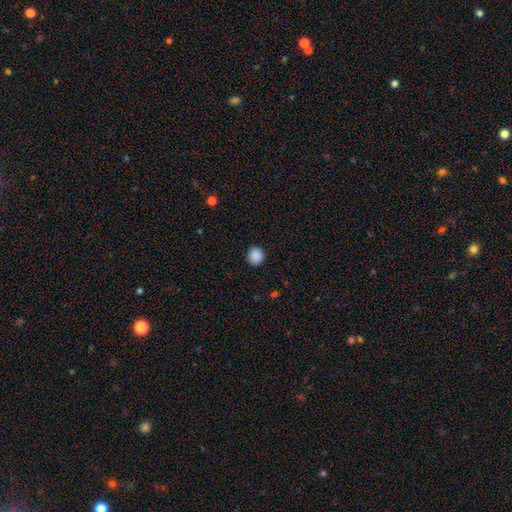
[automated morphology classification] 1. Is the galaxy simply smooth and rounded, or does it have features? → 89% smooth, 9% star or artifact, 2% featured or disk.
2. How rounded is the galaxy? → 89% round, 10% in between, 1% cigar-shaped.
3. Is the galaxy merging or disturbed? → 91% none, 6% minor disturbance, 2% major disturbance, 1% merger.